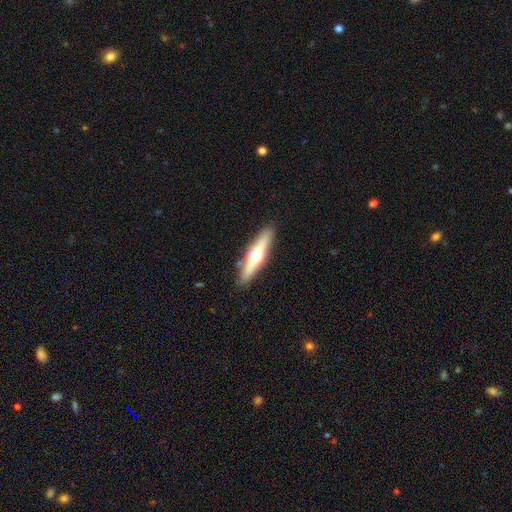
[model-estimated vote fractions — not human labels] smooth_or_featured: featured or disk (p=0.56) [alt: smooth p=0.38]
disk_edge_on: yes (p=0.93) [alt: no p=0.07]
edge_on_bulge: rounded (p=0.94) [alt: none p=0.04]
merging: none (p=0.88) [alt: minor disturbance p=0.08]